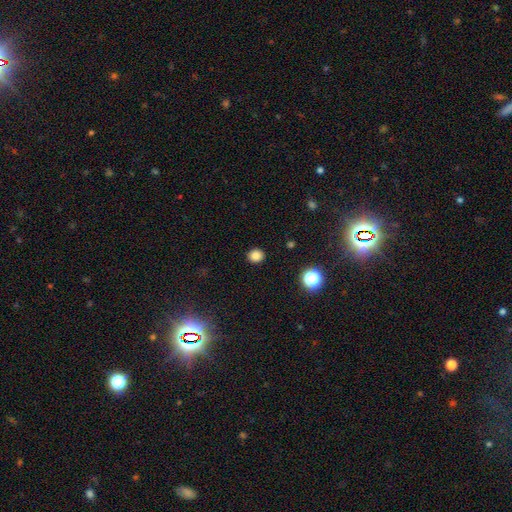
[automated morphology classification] Smooth or featured? smooth (83%)
How rounded? round (84%)
Merging? none (90%)